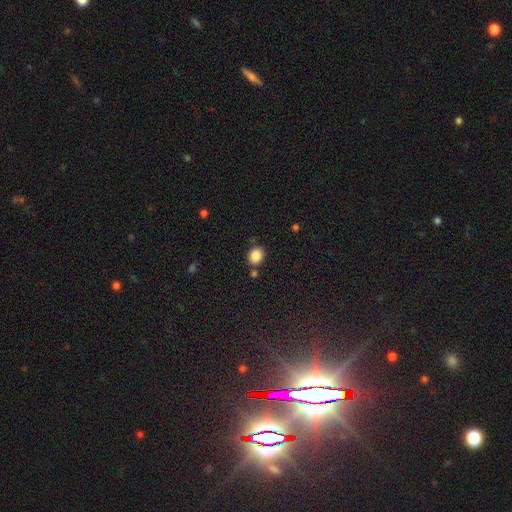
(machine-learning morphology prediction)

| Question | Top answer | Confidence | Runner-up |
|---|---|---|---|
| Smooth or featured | smooth | 86% | star or artifact (10%) |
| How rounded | round | 59% | in between (40%) |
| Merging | none | 78% | minor disturbance (11%) |